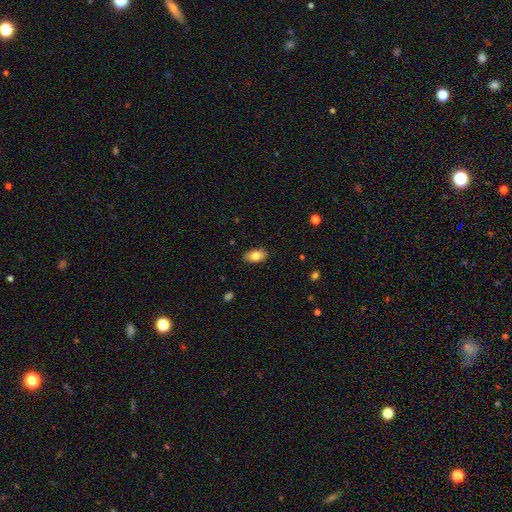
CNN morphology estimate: Smooth or featured: smooth — 80% (featured or disk — 13%)
How rounded: in between — 92% (round — 5%)
Merging: none — 86% (minor disturbance — 11%)